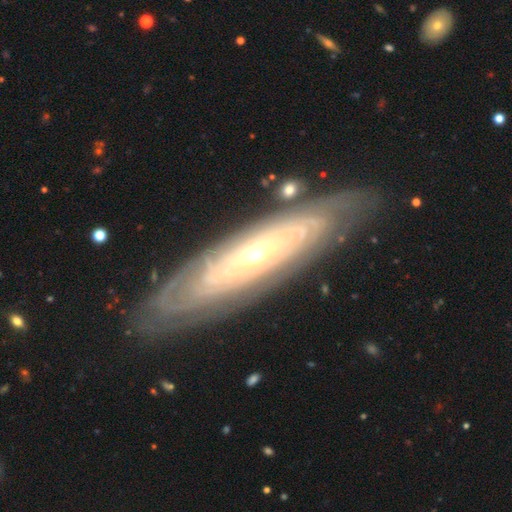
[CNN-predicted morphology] The model was most divided on "bulge size": small: 63%, moderate: 32%, large: 3%, dominant: 1%, none: 1%. More confident: spiral arms — yes (82%); merging — none (82%); smooth or featured — featured or disk (80%); bar — no (79%); edge-on disk — no (73%).